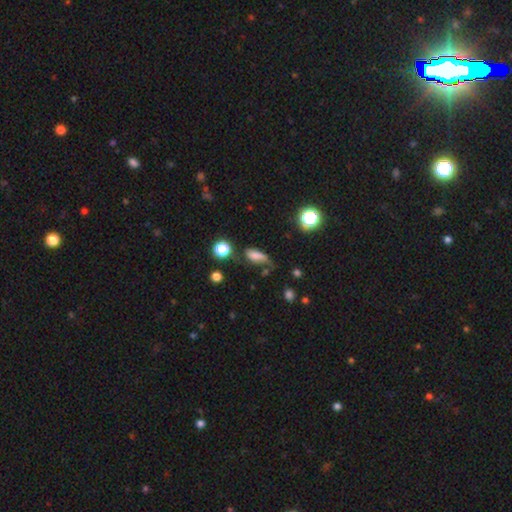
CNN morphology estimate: A smooth galaxy with no disk features (68%) that is in between round and cigar-shaped (77%).

Vote fractions:
- Smooth or featured? smooth: 68% / featured or disk: 20% / star or artifact: 13%
- How rounded? in between: 77% / cigar-shaped: 16% / round: 7%
- Merging? none: 39% / minor disturbance: 35% / major disturbance: 20% / merger: 6%